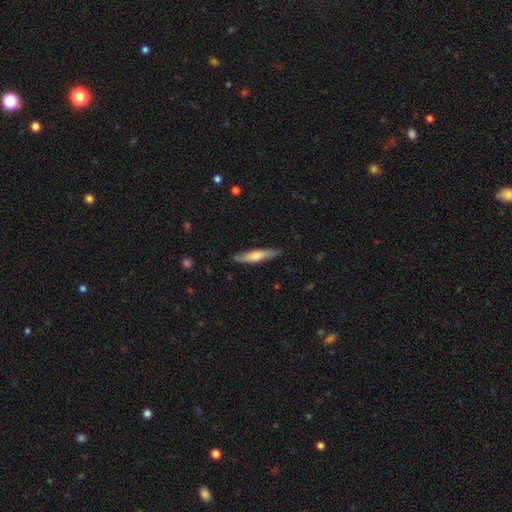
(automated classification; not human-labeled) smooth-or-featured: smooth: 53% | featured or disk: 41% | star or artifact: 6%
  how-rounded: cigar-shaped: 86% | in between: 13% | round: 2%
  merging: none: 88% | minor disturbance: 9% | major disturbance: 2% | merger: 1%